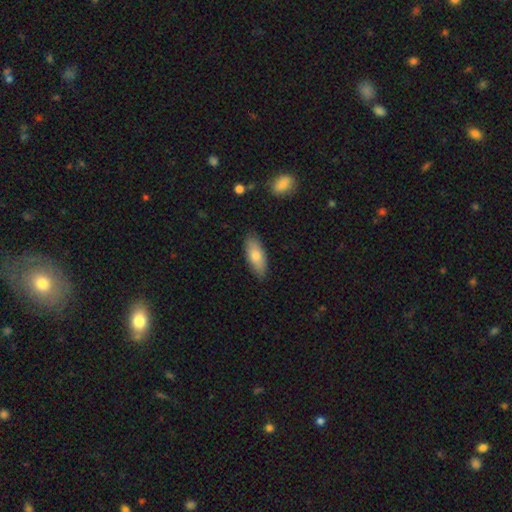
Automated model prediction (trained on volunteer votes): This appears to be a smooth galaxy with no disk features (76%) that is in between round and cigar-shaped (78%). Merging: none (85%).